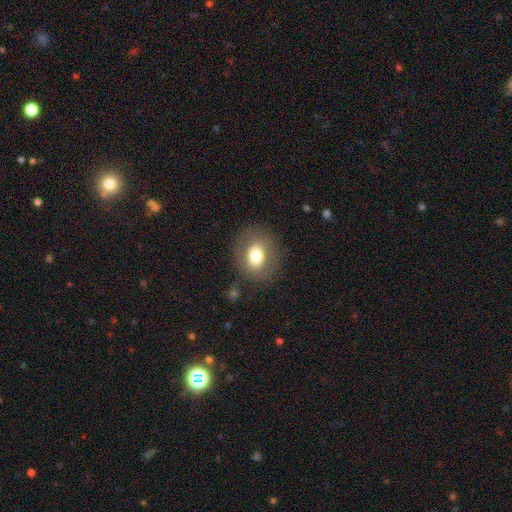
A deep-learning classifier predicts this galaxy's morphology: A smooth galaxy with no disk features (71%) that is in between round and cigar-shaped (51%). Merging: none (81%).